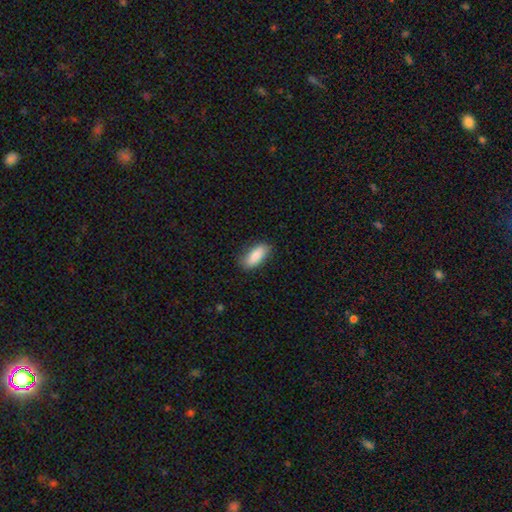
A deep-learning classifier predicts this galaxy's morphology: A smooth galaxy with no disk features (85%) that is in between round and cigar-shaped (82%). Merging: none (82%).